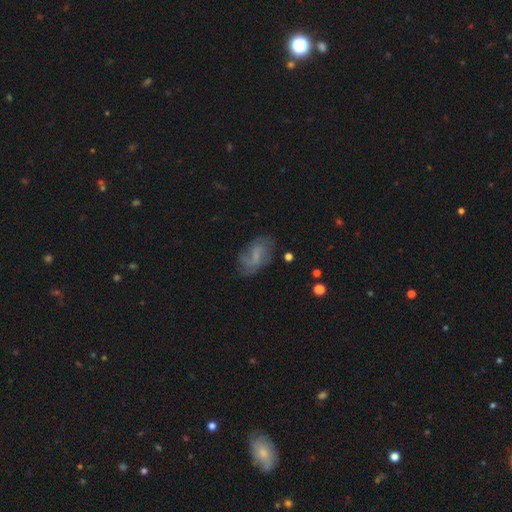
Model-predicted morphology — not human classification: This is possibly a featured or disk galaxy (51%). It is clearly not viewed edge-on (95%). Merging: likely none (62%).